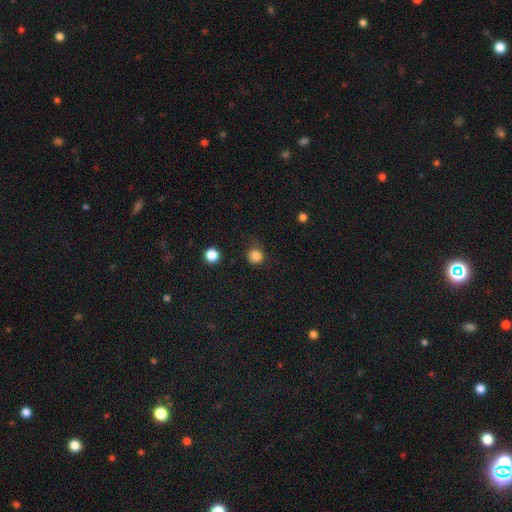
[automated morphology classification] type=smooth (84%); roundness=round (91%); merging=none (78%).